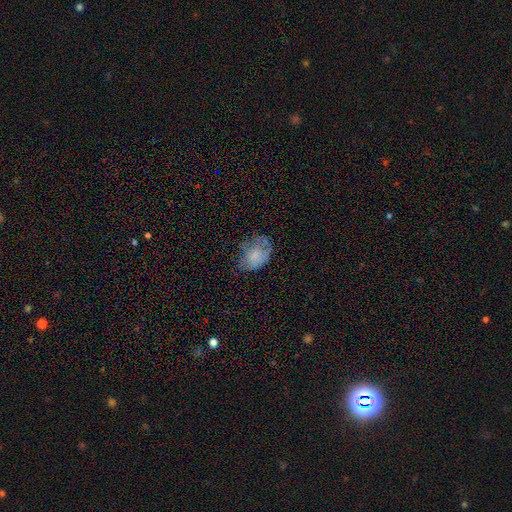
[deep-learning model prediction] Morphology: type=smooth (62%); roundness=in between (74%); merging=none (43%).